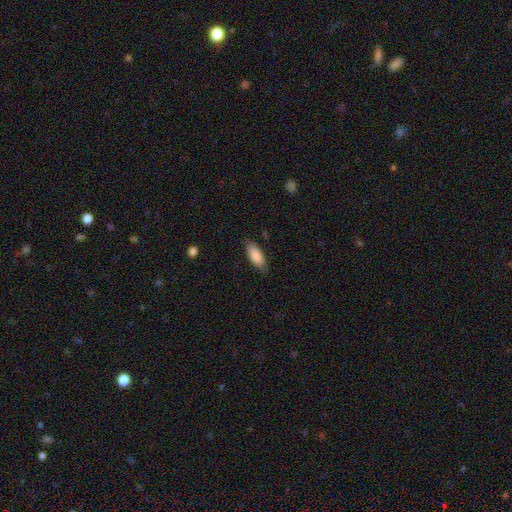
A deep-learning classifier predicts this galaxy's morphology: Smooth or featured?
  - smooth: 86% *
  - featured or disk: 9%
  - star or artifact: 6%
How rounded?
  - in between: 81% *
  - cigar-shaped: 17%
  - round: 2%
Merging?
  - none: 78% *
  - minor disturbance: 17%
  - major disturbance: 3%
  - merger: 1%